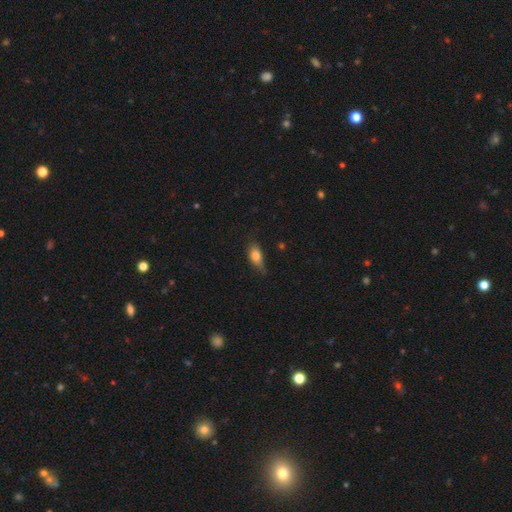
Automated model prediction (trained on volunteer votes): Morphology: type=smooth (80%); roundness=in between (81%); merging=none (52%).